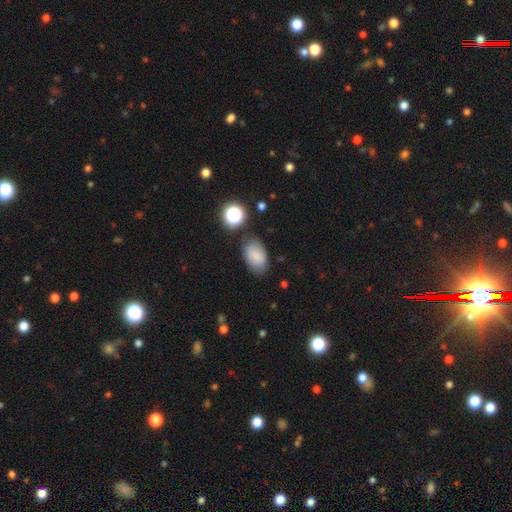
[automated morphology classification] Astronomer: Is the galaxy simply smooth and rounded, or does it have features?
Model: smooth — 82%.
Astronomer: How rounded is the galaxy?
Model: in between — 91%.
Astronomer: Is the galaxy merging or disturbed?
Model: none — 75%.